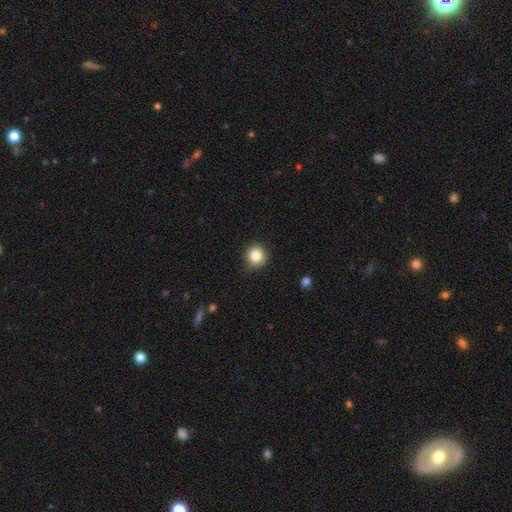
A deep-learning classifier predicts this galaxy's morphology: Smooth or featured? Predicted: smooth (p=0.84). How rounded? Predicted: round (p=0.91). Merging? Predicted: none (p=0.88).